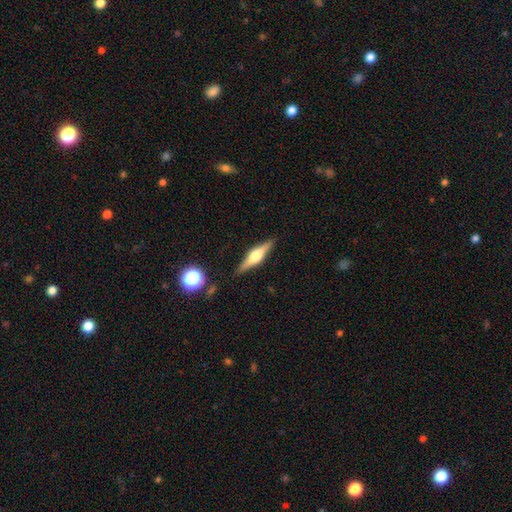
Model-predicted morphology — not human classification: Smooth or featured: featured or disk — 71% (smooth — 22%)
Edge-on disk: yes — 97% (no — 3%)
Edge-on bulge: rounded — 89% (boxy — 9%)
Merging: none — 88% (minor disturbance — 8%)